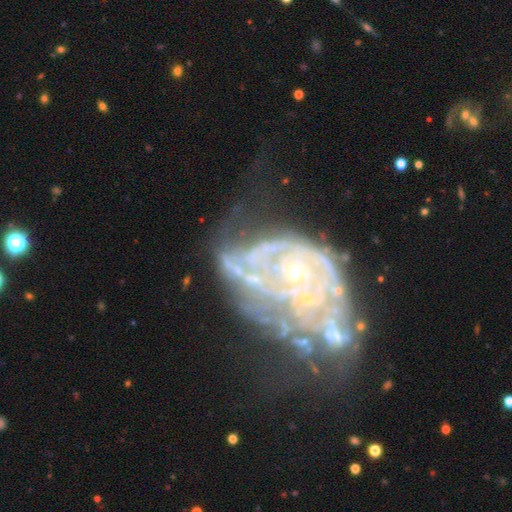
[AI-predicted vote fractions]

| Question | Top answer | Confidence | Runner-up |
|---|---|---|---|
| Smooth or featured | featured or disk | 74% | star or artifact (15%) |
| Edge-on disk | no | 97% | yes (3%) |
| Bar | no | 74% | weak (16%) |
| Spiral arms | yes | 84% | no (16%) |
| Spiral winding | tight | 59% | medium (28%) |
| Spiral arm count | can't tell | 31% | 3 (18%) |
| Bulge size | small | 63% | moderate (23%) |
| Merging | none | 36% | major disturbance (27%) |